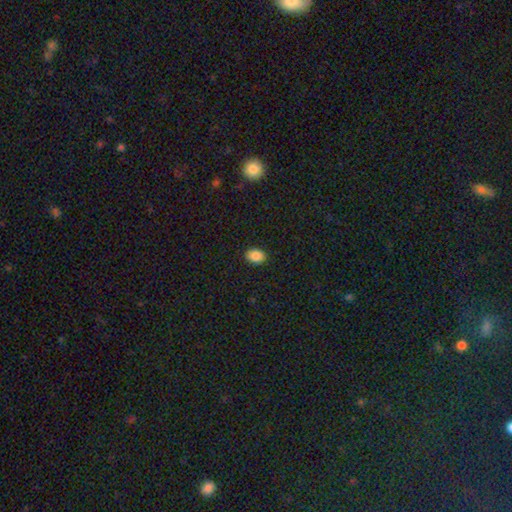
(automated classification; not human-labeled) smooth-or-featured: smooth: 87% | star or artifact: 9% | featured or disk: 4%
  how-rounded: in between: 74% | round: 25% | cigar-shaped: 1%
  merging: none: 89% | minor disturbance: 8% | major disturbance: 2% | merger: 1%